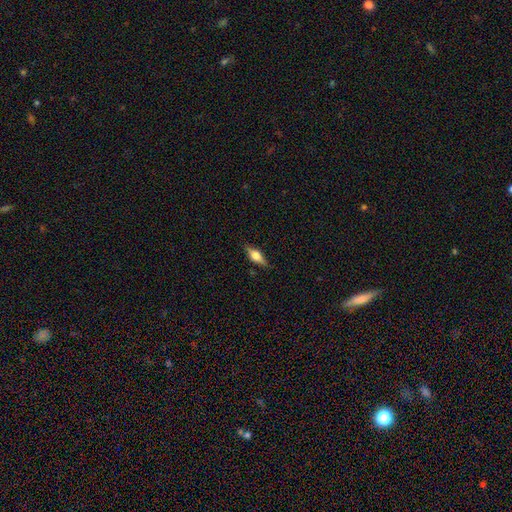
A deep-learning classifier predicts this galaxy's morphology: This is possibly a smooth galaxy (47%). Merging: clearly none (84%).